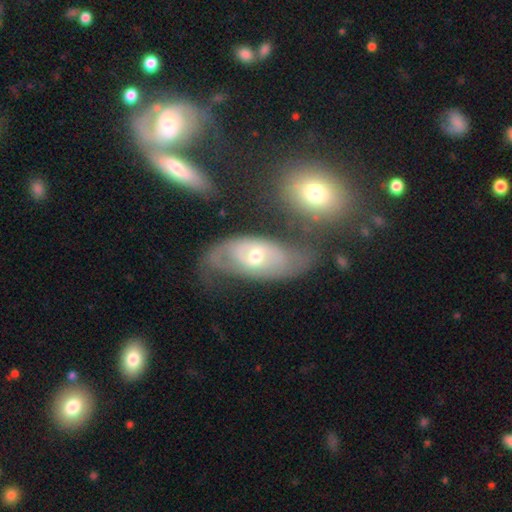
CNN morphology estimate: smooth_or_featured: featured or disk (p=0.70) [alt: smooth p=0.23]
disk_edge_on: no (p=0.92) [alt: yes p=0.08]
bar: no (p=0.68) [alt: weak p=0.25]
has_spiral_arms: yes (p=0.76) [alt: no p=0.24]
bulge_size: moderate (p=0.62) [alt: small p=0.32]
merging: none (p=0.46) [alt: minor disturbance p=0.24]